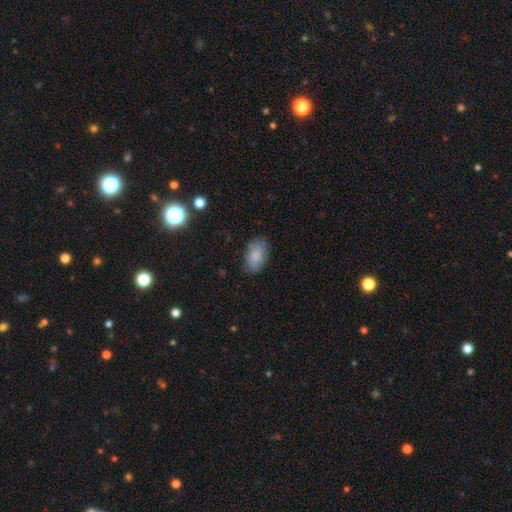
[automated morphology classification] A smooth galaxy with no disk features (85%) that is in between round and cigar-shaped (93%).

Vote fractions:
- Smooth or featured? smooth: 85% / featured or disk: 8% / star or artifact: 7%
- How rounded? in between: 93% / round: 5% / cigar-shaped: 2%
- Merging? none: 81% / minor disturbance: 14% / major disturbance: 4% / merger: 1%